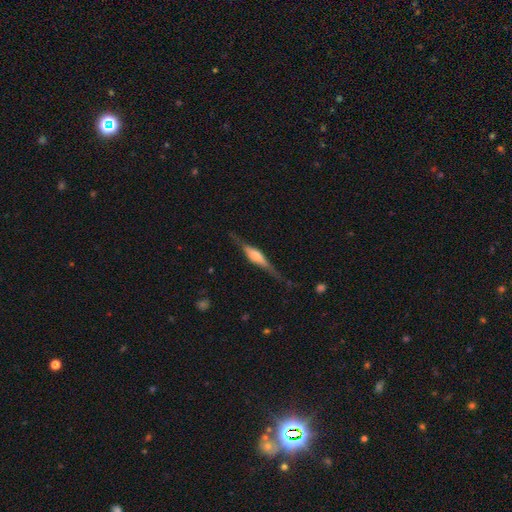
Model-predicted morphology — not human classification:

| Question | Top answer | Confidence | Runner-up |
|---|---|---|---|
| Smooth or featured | featured or disk | 75% | smooth (19%) |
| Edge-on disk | yes | 97% | no (3%) |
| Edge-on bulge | rounded | 78% | boxy (18%) |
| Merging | none | 81% | minor disturbance (13%) |